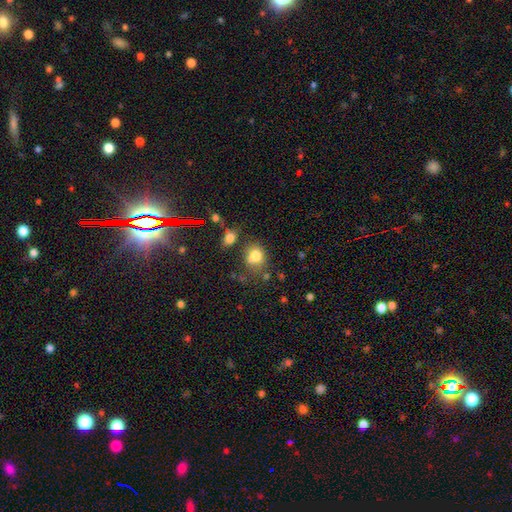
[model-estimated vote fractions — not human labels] Smooth or featured: smooth — 79% (star or artifact — 12%)
How rounded: round — 64% (in between — 35%)
Merging: none — 58% (minor disturbance — 18%)